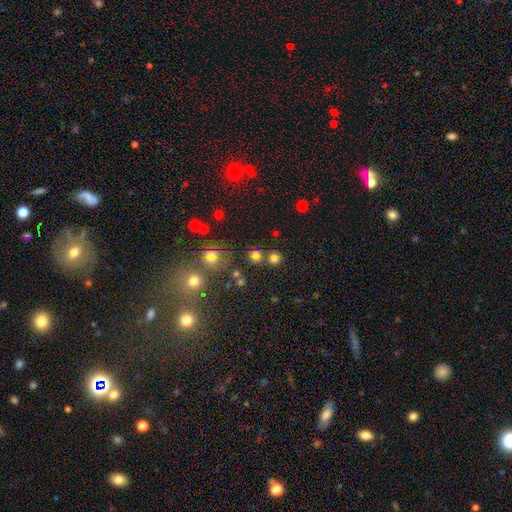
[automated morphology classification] Overall: smooth (52%; star or artifact 37%). How rounded: round (79%). Merging: none (62%; merger 24%).